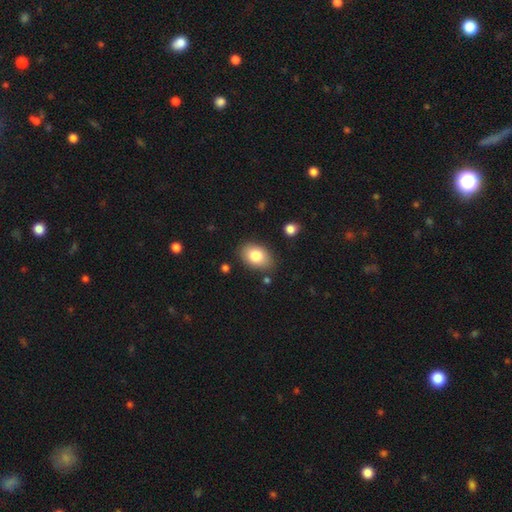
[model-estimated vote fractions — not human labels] A smooth galaxy with no disk features (82%) that is in between round and cigar-shaped (83%).

Vote fractions:
- Smooth or featured? smooth: 82% / featured or disk: 11% / star or artifact: 7%
- How rounded? in between: 83% / round: 16% / cigar-shaped: 1%
- Merging? none: 82% / minor disturbance: 12% / major disturbance: 3% / merger: 2%